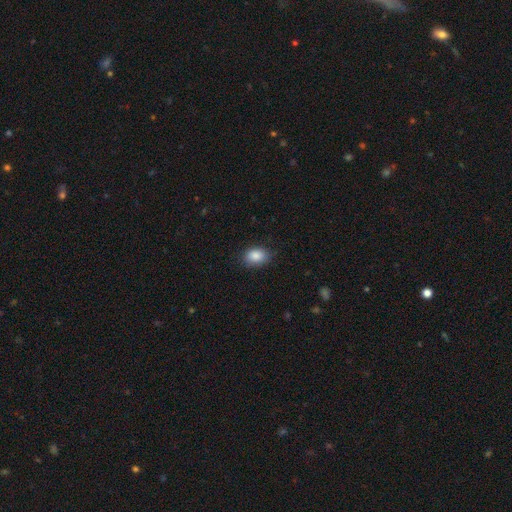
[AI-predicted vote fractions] Morphology: type=smooth (88%); roundness=in between (81%); merging=none (83%).